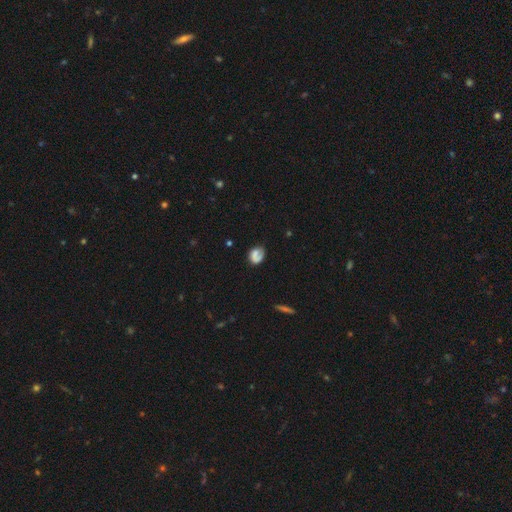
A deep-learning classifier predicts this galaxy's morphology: Overall: smooth (57%; featured or disk 32%). How rounded: in between (52%; round 46%). Merging: none (52%; minor disturbance 24%).